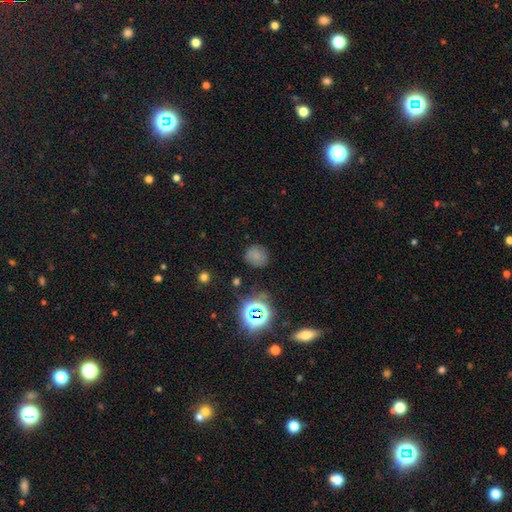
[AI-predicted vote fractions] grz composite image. It shows a smooth galaxy with no disk features (66%) that is round (85%). Merging: none (77%).